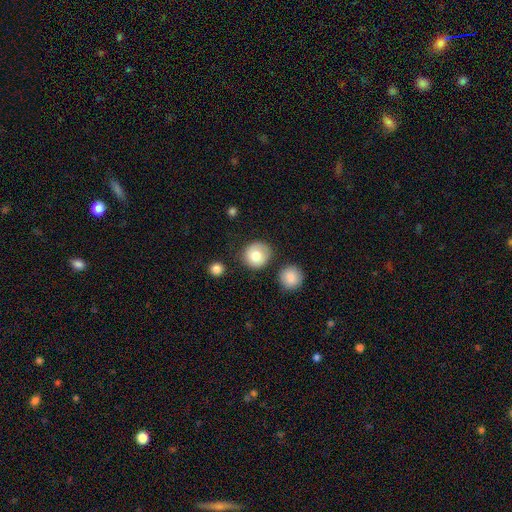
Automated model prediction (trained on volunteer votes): This appears to be a smooth galaxy with no disk features (79%) that is round (88%). Merging: none (76%).